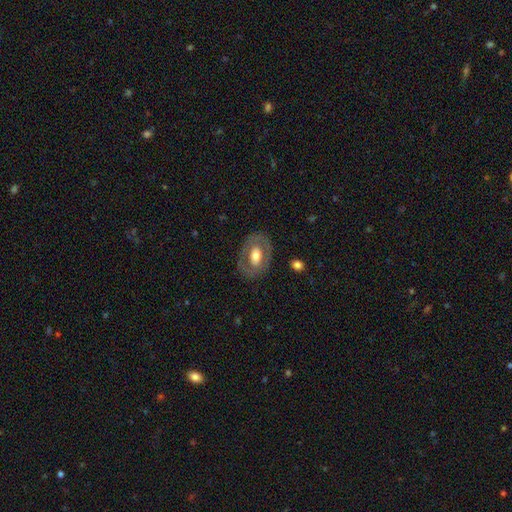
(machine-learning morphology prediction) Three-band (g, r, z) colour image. It shows a featured or disk galaxy (48%). Merging: none (79%).